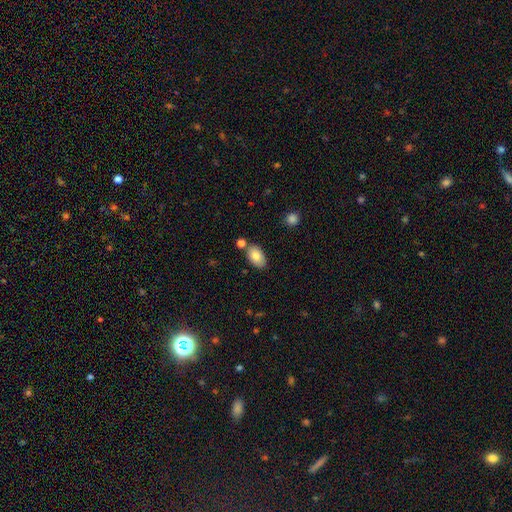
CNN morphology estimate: smooth_or_featured: smooth (p=0.82) [alt: featured or disk p=0.11]
how_rounded: in between (p=0.92) [alt: round p=0.07]
merging: none (p=0.72) [alt: minor disturbance p=0.13]